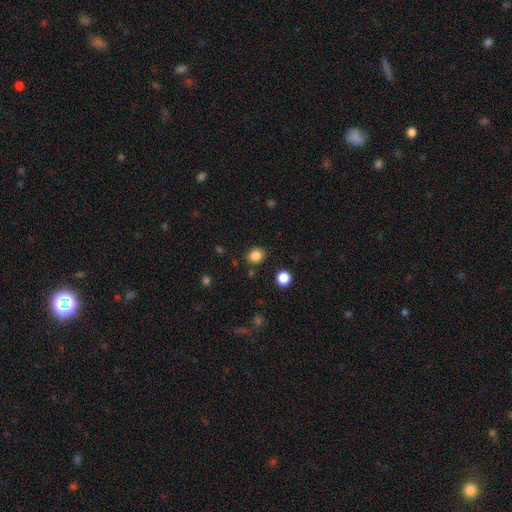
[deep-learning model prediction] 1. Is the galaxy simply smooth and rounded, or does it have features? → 84% smooth, 12% star or artifact, 4% featured or disk.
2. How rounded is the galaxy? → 69% round, 30% in between, 1% cigar-shaped.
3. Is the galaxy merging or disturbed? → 85% none, 10% minor disturbance, 3% major disturbance, 3% merger.